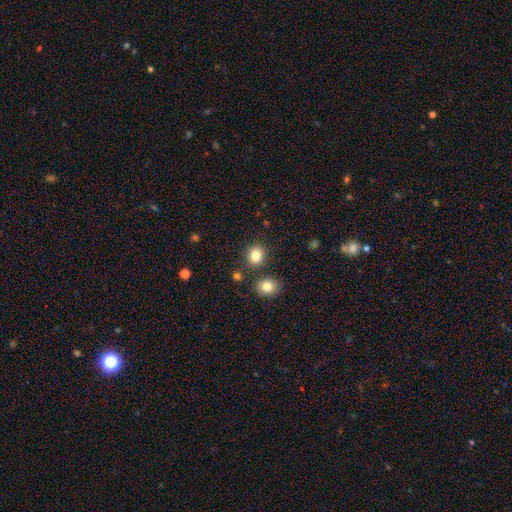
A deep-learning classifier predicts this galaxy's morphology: A smooth galaxy with no disk features (83%) that is round (79%). Merging: none (81%).